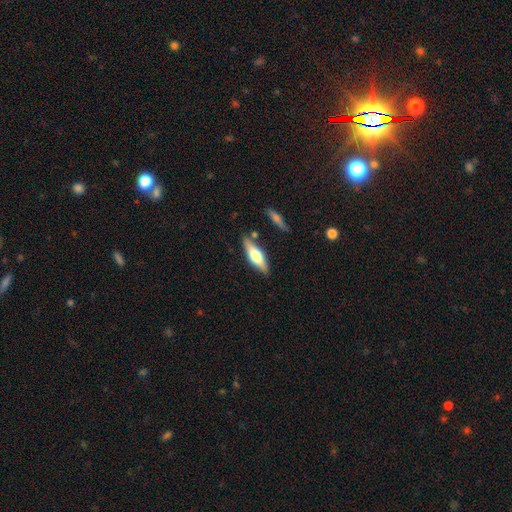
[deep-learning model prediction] This appears to be a featured or disk galaxy (48%). Merging: none (82%).